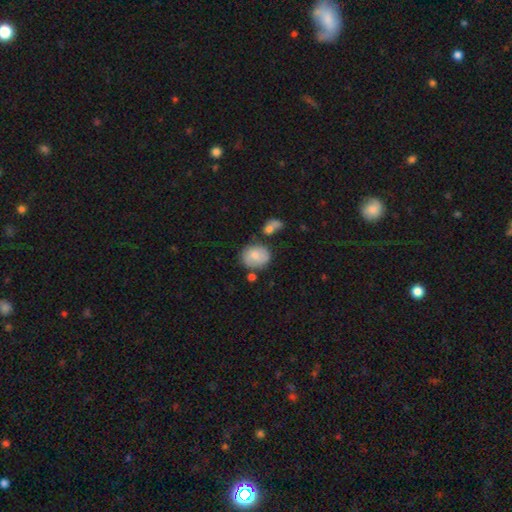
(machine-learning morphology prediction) Smooth or featured: smooth — 72% (featured or disk — 20%)
How rounded: round — 72% (in between — 27%)
Merging: none — 61% (minor disturbance — 20%)